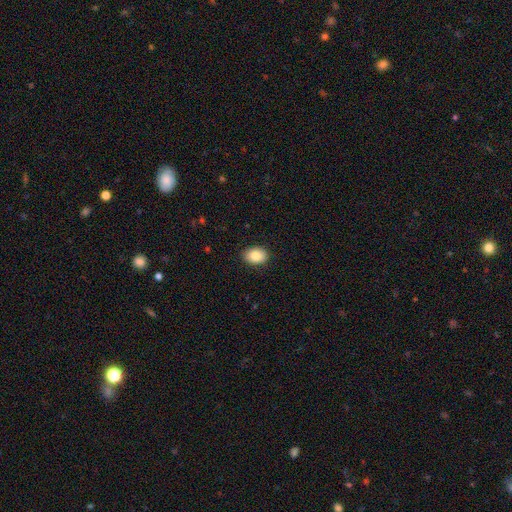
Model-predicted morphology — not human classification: Smooth or featured?
  - smooth: 85% *
  - star or artifact: 8%
  - featured or disk: 7%
How rounded?
  - in between: 72% *
  - round: 27%
  - cigar-shaped: 1%
Merging?
  - none: 89% *
  - minor disturbance: 9%
  - major disturbance: 2%
  - merger: 1%